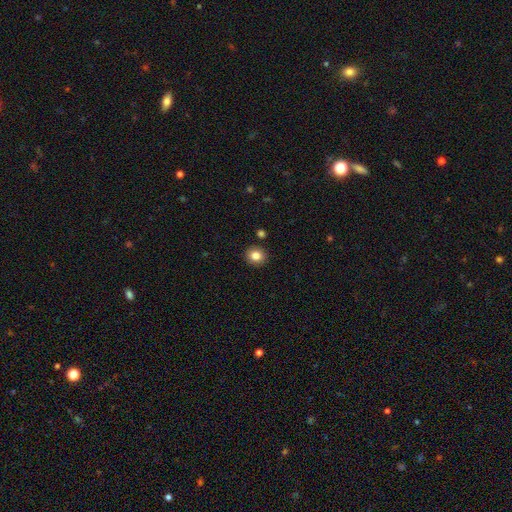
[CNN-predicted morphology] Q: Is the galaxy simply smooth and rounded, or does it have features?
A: smooth — 84%.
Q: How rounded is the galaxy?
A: round — 82%.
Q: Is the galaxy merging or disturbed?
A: none — 89%.